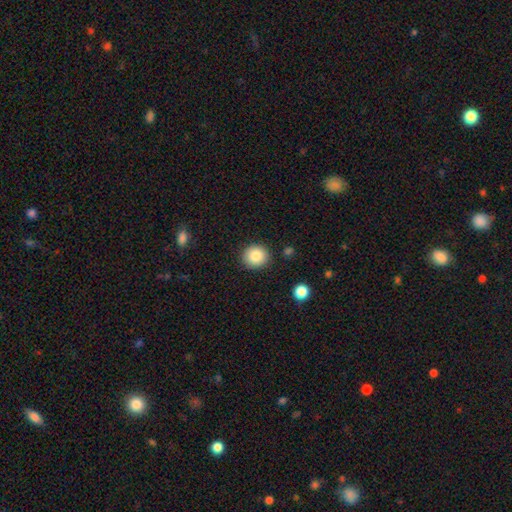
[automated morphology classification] Overall: smooth (86%). How rounded: round (88%). Merging: none (89%).